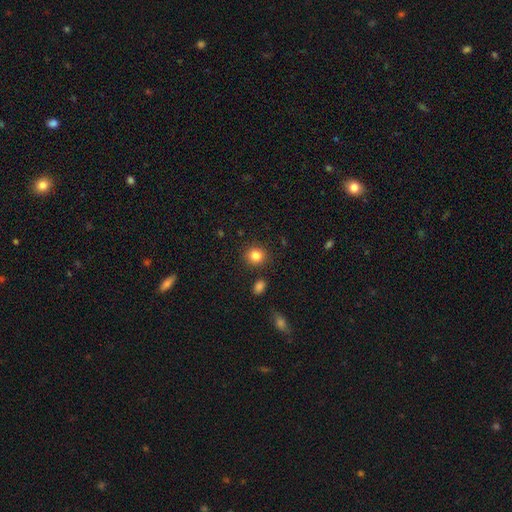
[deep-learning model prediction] Smooth or featured: smooth — 83% (star or artifact — 11%)
How rounded: round — 89% (in between — 11%)
Merging: none — 88% (minor disturbance — 7%)